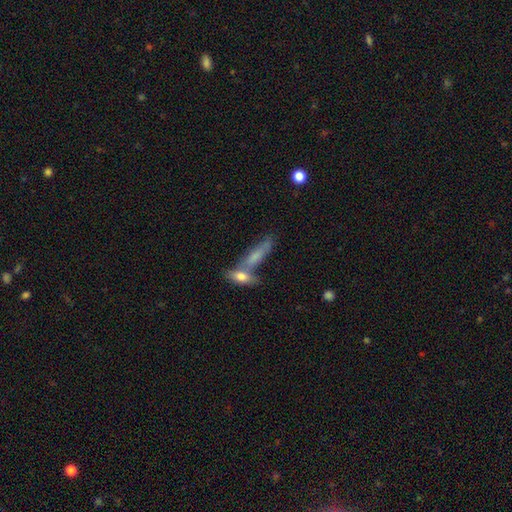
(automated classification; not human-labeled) Q: Smooth or featured?
A: smooth (67%); runner-up: featured or disk (25%)
Q: How rounded?
A: cigar-shaped (62%); runner-up: in between (35%)
Q: Merging?
A: none (42%); runner-up: merger (41%)